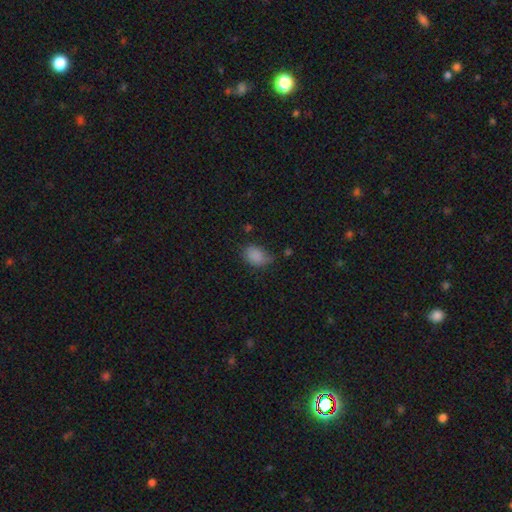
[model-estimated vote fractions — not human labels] Morphology: type=smooth (85%); roundness=in between (81%); merging=none (55%).